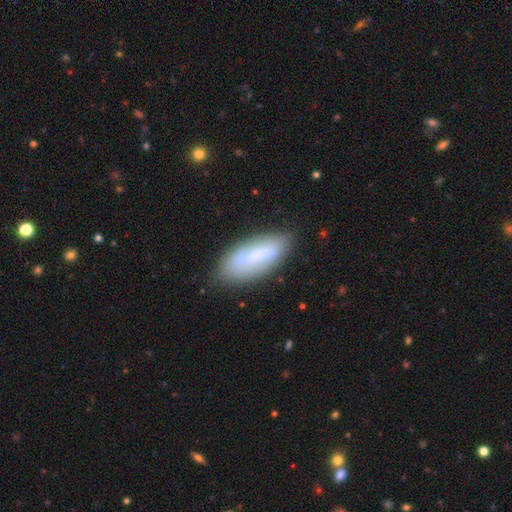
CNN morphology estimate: A smooth galaxy with no disk features (66%) that is in between round and cigar-shaped (77%).

Vote fractions:
- Smooth or featured? smooth: 66% / featured or disk: 26% / star or artifact: 8%
- How rounded? in between: 77% / cigar-shaped: 21% / round: 2%
- Merging? none: 78% / minor disturbance: 16% / major disturbance: 4% / merger: 2%